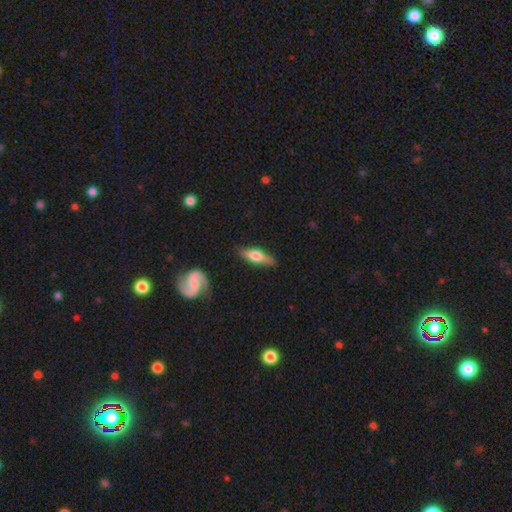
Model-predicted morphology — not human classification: smooth-or-featured: featured or disk: 59% | smooth: 36% | star or artifact: 6%
  disk-edge-on: yes: 90% | no: 10%
    edge-on-bulge: rounded: 90% | boxy: 8% | none: 2%
  merging: none: 82% | minor disturbance: 13% | major disturbance: 3% | merger: 2%